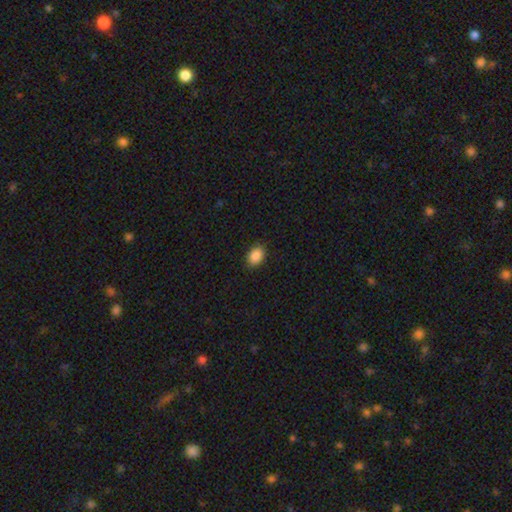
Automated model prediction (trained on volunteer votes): A smooth galaxy with no disk features (89%) that is in between round and cigar-shaped (79%). Merging: none (88%).